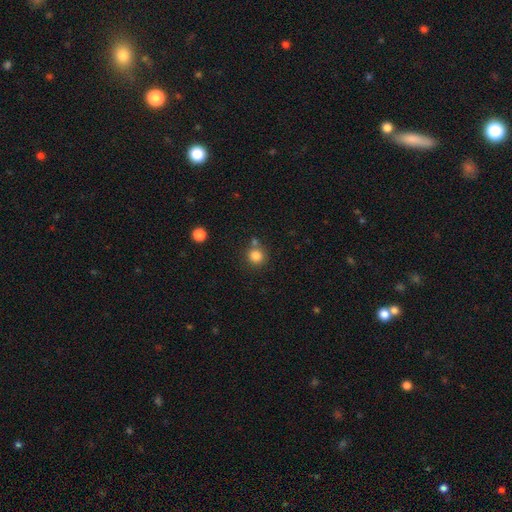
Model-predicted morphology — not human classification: Overall: smooth (83%). How rounded: round (91%). Merging: none (73%).